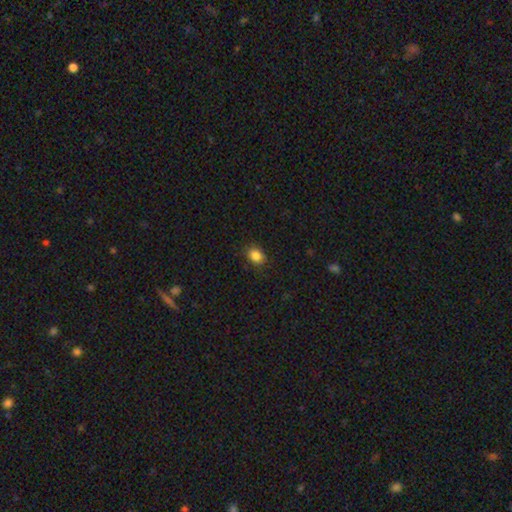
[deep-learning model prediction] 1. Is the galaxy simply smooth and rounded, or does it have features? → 86% smooth, 10% star or artifact, 4% featured or disk.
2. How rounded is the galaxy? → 58% in between, 41% round, 1% cigar-shaped.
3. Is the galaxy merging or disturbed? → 87% none, 10% minor disturbance, 2% major disturbance, 1% merger.